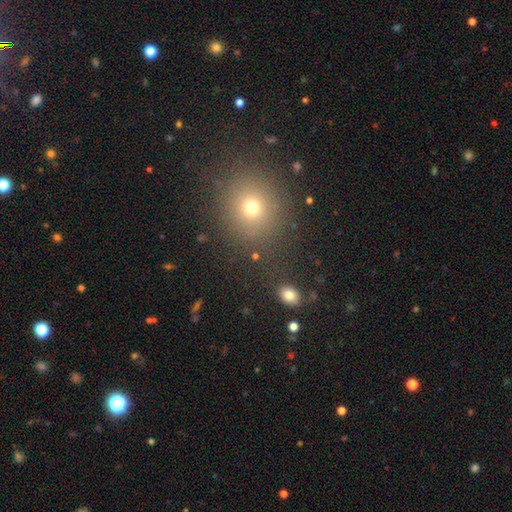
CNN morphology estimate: The model was most divided on "smooth or featured": smooth: 65%, star or artifact: 26%, featured or disk: 9%. More confident: merging — none (82%); how rounded — round (72%).